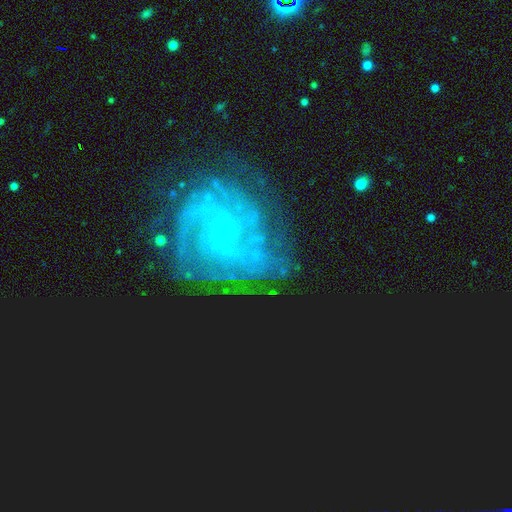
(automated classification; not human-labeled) Smooth or featured? Predicted: featured or disk (p=0.78). Edge-on disk? Predicted: no (p=0.98). Bar? Predicted: no (p=0.67). Spiral arms? Predicted: yes (p=0.91). Spiral winding? Predicted: tight (p=0.58). Spiral arm count? Predicted: can't tell (p=0.35). Bulge size? Predicted: none (p=0.50). Merging? Predicted: none (p=0.68).